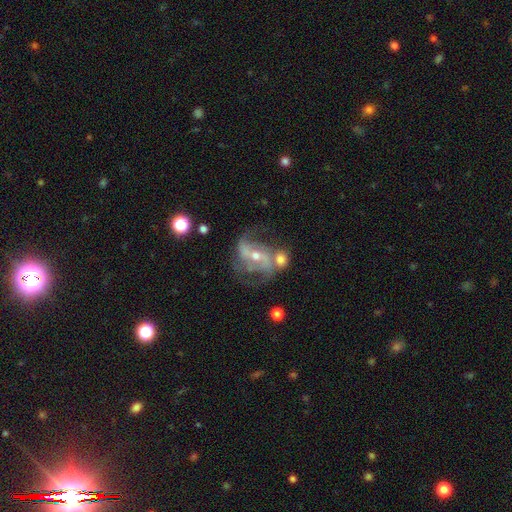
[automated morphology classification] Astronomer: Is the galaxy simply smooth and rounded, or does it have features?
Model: featured or disk — 85%.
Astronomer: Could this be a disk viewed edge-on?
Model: no — 96%.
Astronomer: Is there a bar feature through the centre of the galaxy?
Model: strong — 41% (runner-up: weak, 35%).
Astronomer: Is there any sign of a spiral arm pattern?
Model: yes — 93%.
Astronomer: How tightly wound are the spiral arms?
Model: loose — 44% (runner-up: medium, 43%).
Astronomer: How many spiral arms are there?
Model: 2 — 74%.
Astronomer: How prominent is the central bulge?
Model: moderate — 50% (runner-up: small, 46%).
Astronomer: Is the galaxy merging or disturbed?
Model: none — 45% (runner-up: merger, 23%).